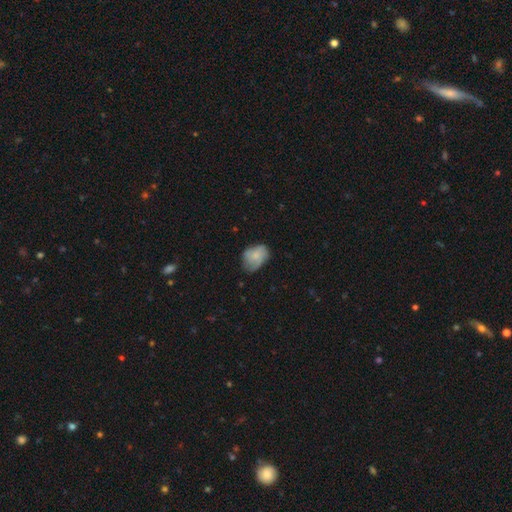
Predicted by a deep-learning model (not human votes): smooth_or_featured: smooth (p=0.66) [alt: featured or disk p=0.26]
how_rounded: in between (p=0.76) [alt: round p=0.23]
merging: none (p=0.51) [alt: minor disturbance p=0.35]